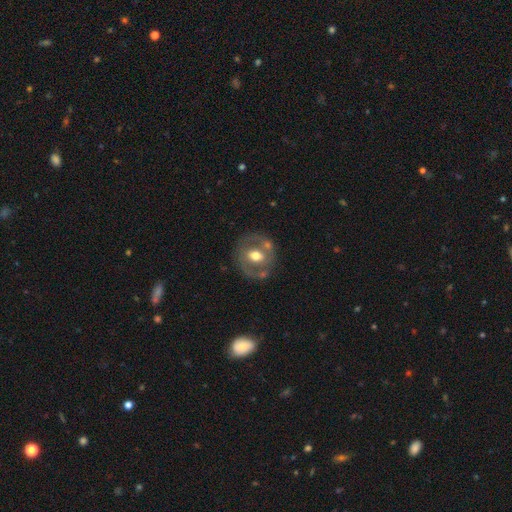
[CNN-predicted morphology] Smooth or featured? featured or disk (54%)
Edge-on disk? no (95%)
Bar? no (53%)
Spiral arms? no (71%)
Bulge size? moderate (70%)
Merging? none (70%)